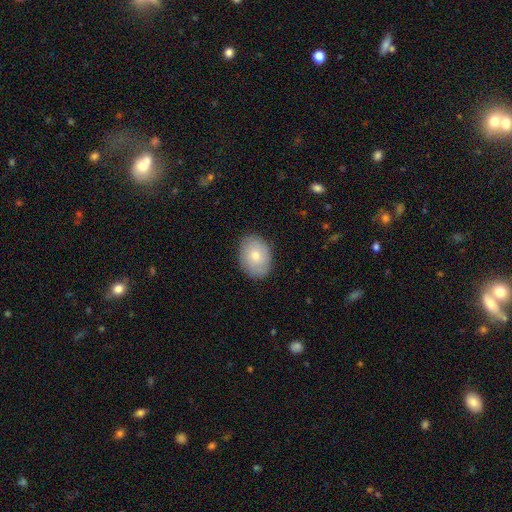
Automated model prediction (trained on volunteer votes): Smooth or featured? smooth (72%)
How rounded? in between (73%)
Merging? none (84%)